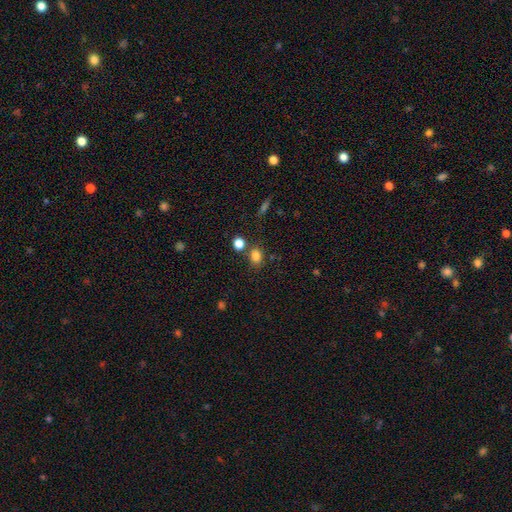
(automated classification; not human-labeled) A smooth galaxy with no disk features (82%) that is round (54%). Merging: none (73%).